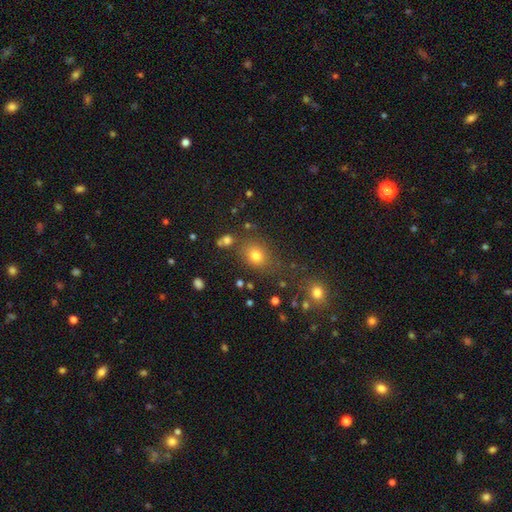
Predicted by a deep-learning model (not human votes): smooth 73%, star or artifact 18%, featured or disk 9%. Down the decision tree: how rounded — round (57%); merging — none (72%).